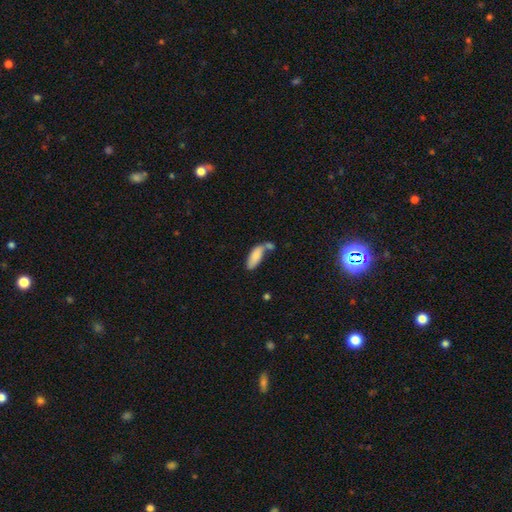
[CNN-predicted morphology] Smooth or featured?
  - smooth: 81% *
  - featured or disk: 13%
  - star or artifact: 7%
How rounded?
  - in between: 72% *
  - cigar-shaped: 26%
  - round: 2%
Merging?
  - none: 41% *
  - merger: 34%
  - minor disturbance: 18%
  - major disturbance: 7%